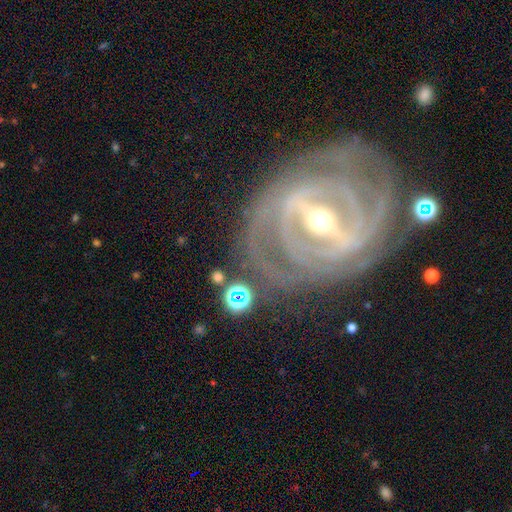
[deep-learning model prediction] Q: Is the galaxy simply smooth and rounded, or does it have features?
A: featured or disk — 92%.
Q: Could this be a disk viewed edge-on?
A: no — 95%.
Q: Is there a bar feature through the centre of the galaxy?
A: strong — 73%.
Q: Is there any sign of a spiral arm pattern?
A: yes — 96%.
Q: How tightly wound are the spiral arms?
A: tight — 77%.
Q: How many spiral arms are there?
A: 2 — 24%.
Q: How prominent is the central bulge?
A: moderate — 52%.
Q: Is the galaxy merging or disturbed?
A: none — 73%.